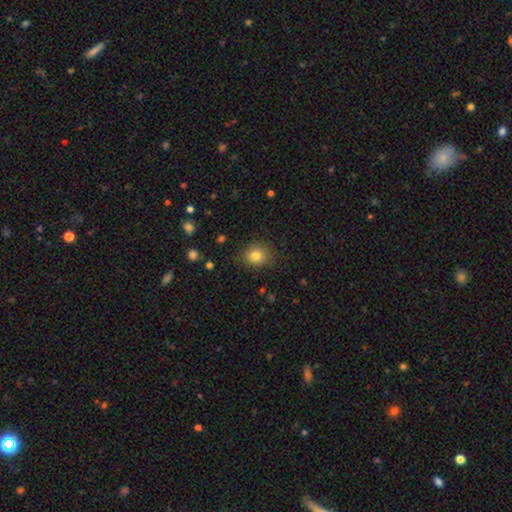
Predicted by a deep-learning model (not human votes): smooth-or-featured: smooth: 81% | star or artifact: 12% | featured or disk: 7%
  how-rounded: round: 79% | in between: 20% | cigar-shaped: 1%
  merging: none: 87% | minor disturbance: 9% | major disturbance: 3% | merger: 1%